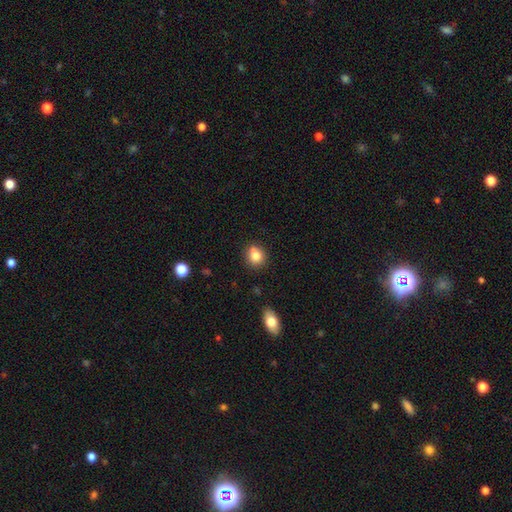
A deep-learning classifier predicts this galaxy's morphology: Smooth or featured? smooth (79%)
How rounded? round (73%)
Merging? none (66%)